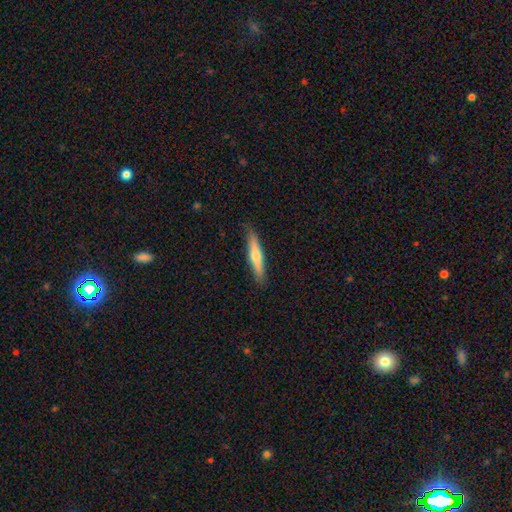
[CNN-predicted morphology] Smooth or featured? smooth (50%)
Merging? none (87%)